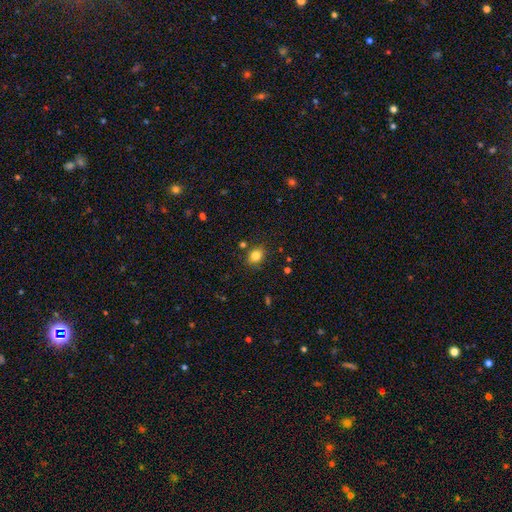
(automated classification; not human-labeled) A smooth galaxy with no disk features (82%) that is round (54%). Merging: none (83%).